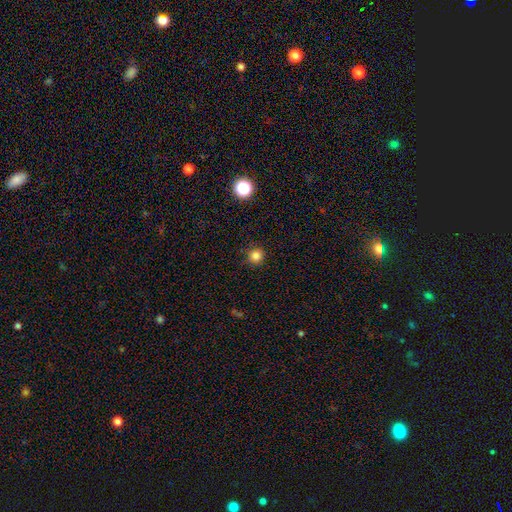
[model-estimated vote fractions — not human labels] Smooth or featured? smooth (83%)
How rounded? round (94%)
Merging? none (89%)